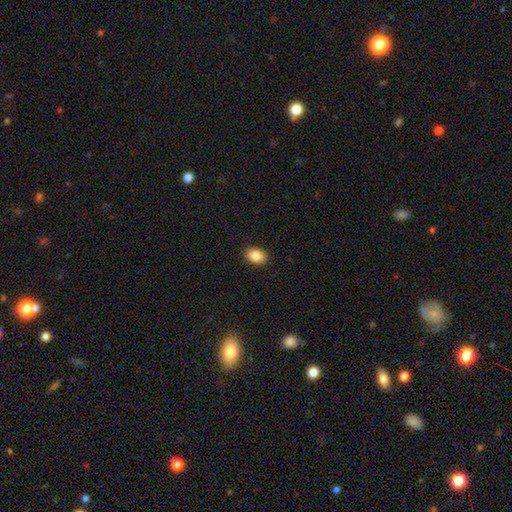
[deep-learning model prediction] A smooth galaxy with no disk features (86%) that is in between round and cigar-shaped (82%). Merging: none (90%).